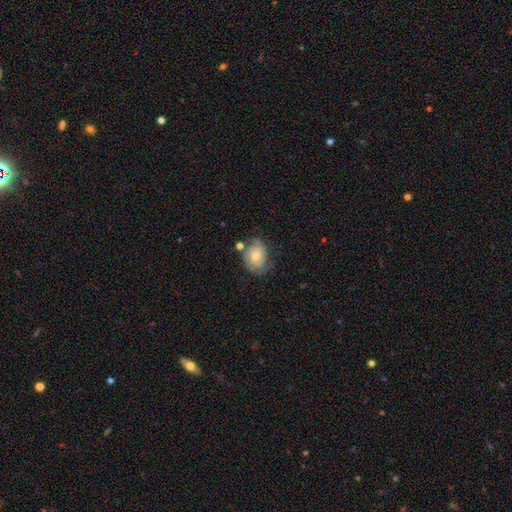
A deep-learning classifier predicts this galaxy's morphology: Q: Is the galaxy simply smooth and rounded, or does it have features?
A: featured or disk — 63%.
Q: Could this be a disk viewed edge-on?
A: no — 97%.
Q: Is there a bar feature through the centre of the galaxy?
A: no — 72%.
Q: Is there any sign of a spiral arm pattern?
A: yes — 88%.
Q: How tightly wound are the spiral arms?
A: tight — 52%.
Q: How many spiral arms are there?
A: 2 — 66%.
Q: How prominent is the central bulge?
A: moderate — 58%.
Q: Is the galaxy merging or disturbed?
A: none — 58%.